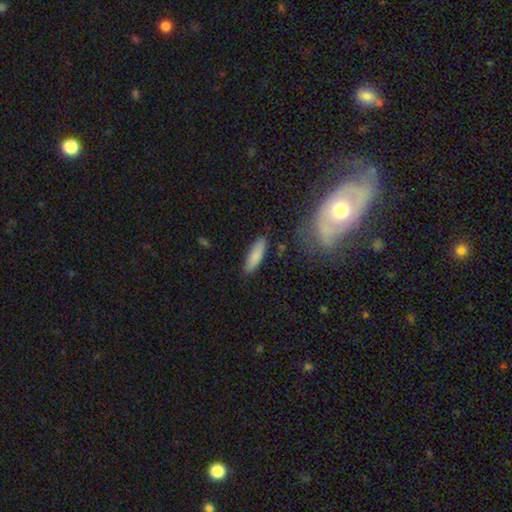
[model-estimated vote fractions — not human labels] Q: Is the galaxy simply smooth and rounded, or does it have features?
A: smooth — 82%.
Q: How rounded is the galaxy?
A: cigar-shaped — 62%.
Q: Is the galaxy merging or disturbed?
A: none — 83%.